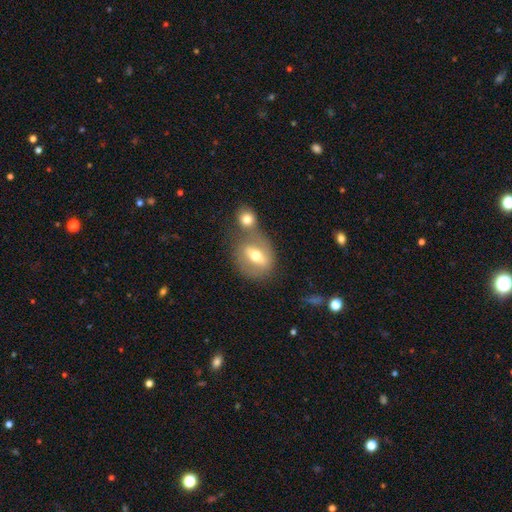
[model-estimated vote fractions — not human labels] Smooth or featured? Predicted: featured or disk (p=0.47). Merging? Predicted: none (p=0.43).